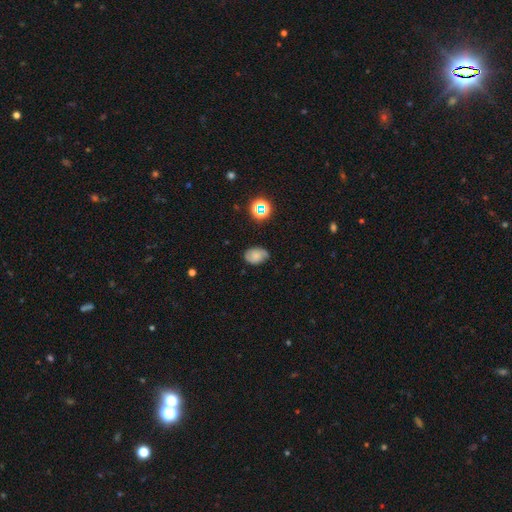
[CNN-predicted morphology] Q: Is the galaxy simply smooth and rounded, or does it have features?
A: smooth — 64%.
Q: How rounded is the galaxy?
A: in between — 75%.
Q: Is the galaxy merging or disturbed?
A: none — 70%.